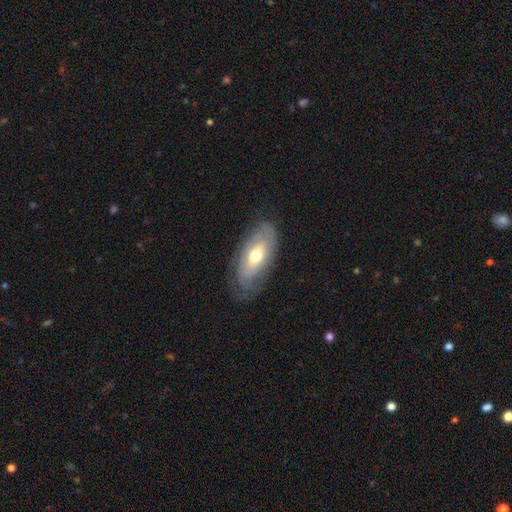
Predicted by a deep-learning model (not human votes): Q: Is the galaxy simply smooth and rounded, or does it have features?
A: featured or disk — 51%.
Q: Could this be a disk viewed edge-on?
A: no — 83%.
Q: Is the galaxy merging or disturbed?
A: none — 68%.